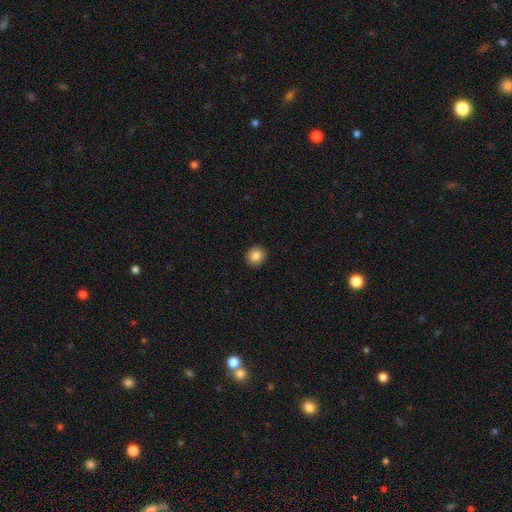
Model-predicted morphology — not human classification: Smooth or featured? smooth (86%)
How rounded? round (89%)
Merging? none (92%)